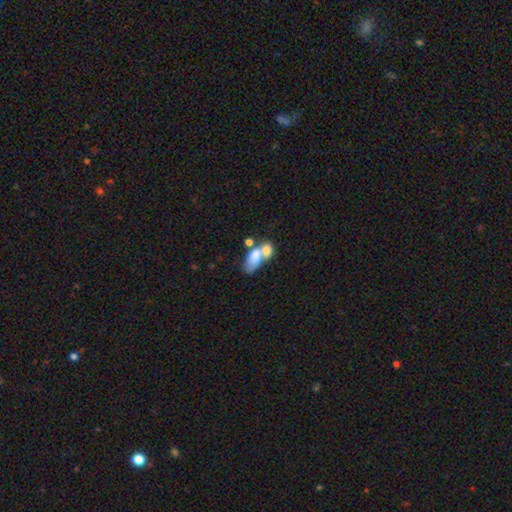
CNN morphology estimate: A smooth galaxy with no disk features (72%) that is in between round and cigar-shaped (84%). Merging: merger (63%).